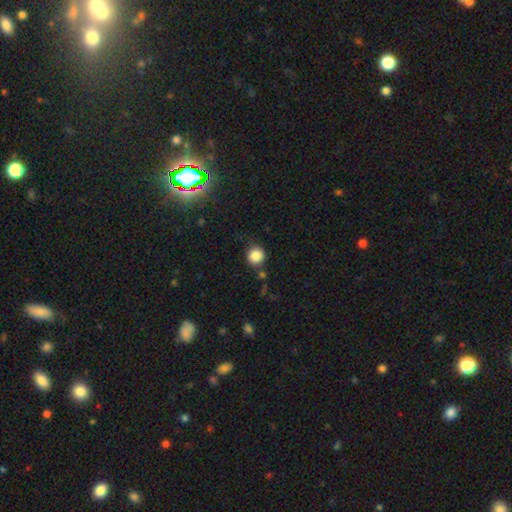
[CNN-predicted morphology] This is clearly a smooth galaxy (86%). How rounded: clearly round (92%). Merging: clearly none (81%).